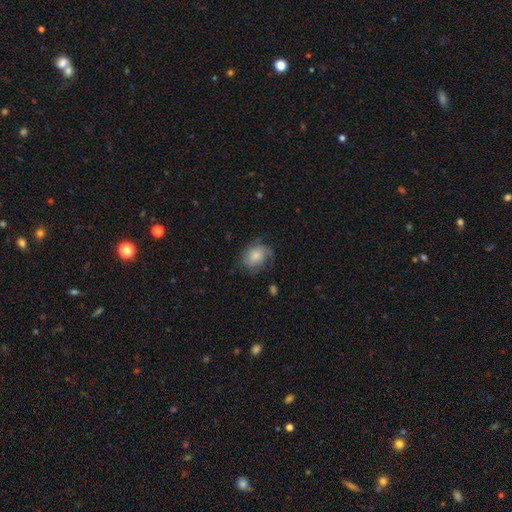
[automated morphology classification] This appears to be a smooth galaxy with no disk features (66%) that is in between round and cigar-shaped (54%). Merging: none (56%).